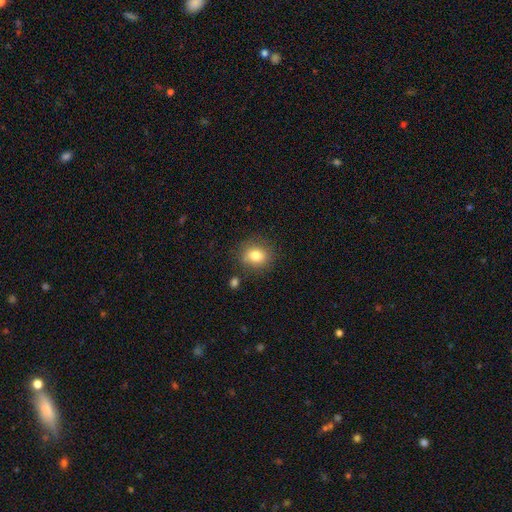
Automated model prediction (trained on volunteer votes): A smooth galaxy with no disk features (80%) that is round (71%).

Vote fractions:
- Smooth or featured? smooth: 80% / star or artifact: 10% / featured or disk: 9%
- How rounded? round: 71% / in between: 28% / cigar-shaped: 1%
- Merging? none: 81% / minor disturbance: 12% / major disturbance: 3% / merger: 3%